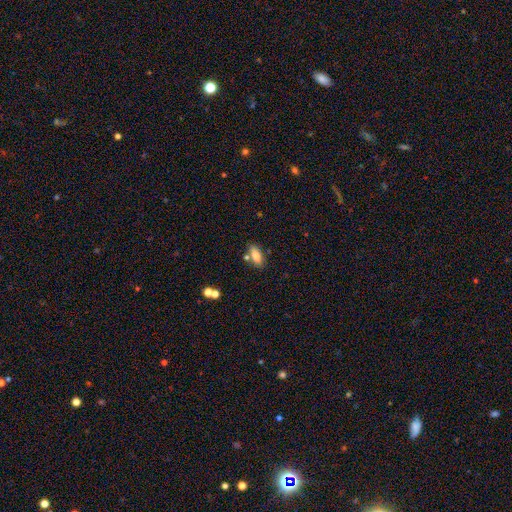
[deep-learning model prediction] smooth-or-featured: smooth: 78% | featured or disk: 13% | star or artifact: 9%
  how-rounded: in between: 82% | cigar-shaped: 14% | round: 4%
  merging: none: 72% | minor disturbance: 14% | merger: 11% | major disturbance: 3%